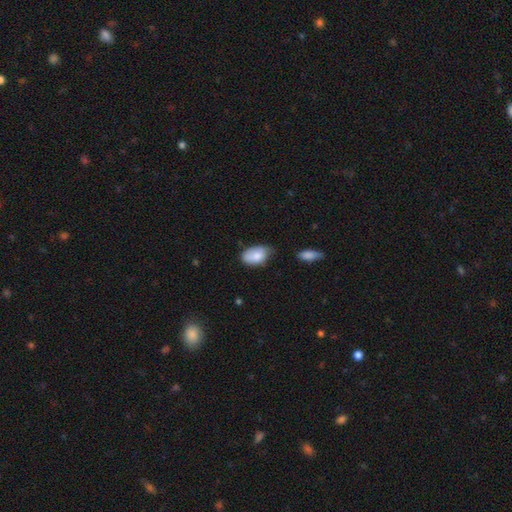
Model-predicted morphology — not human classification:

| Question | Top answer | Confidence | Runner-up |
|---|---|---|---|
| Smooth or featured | smooth | 82% | featured or disk (11%) |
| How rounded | in between | 91% | round (8%) |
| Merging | none | 47% | minor disturbance (40%) |